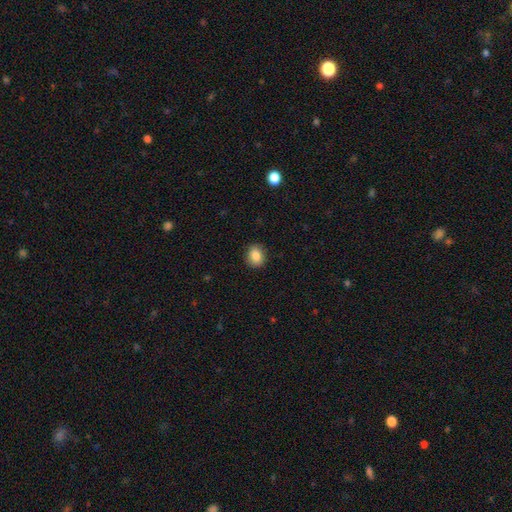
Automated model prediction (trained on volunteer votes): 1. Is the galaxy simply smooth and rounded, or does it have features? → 86% smooth, 9% star or artifact, 5% featured or disk.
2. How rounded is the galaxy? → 55% round, 44% in between, 1% cigar-shaped.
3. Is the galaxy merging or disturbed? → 88% none, 9% minor disturbance, 2% major disturbance, 1% merger.